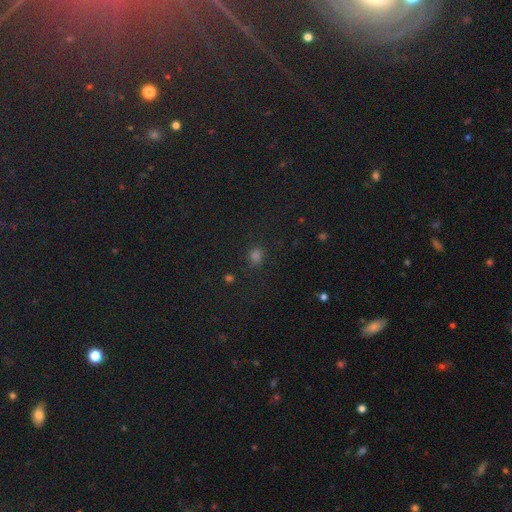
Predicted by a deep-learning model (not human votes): The model was most divided on "smooth or featured": smooth: 67%, star or artifact: 29%, featured or disk: 5%. More confident: merging — none (83%); how rounded — round (73%).